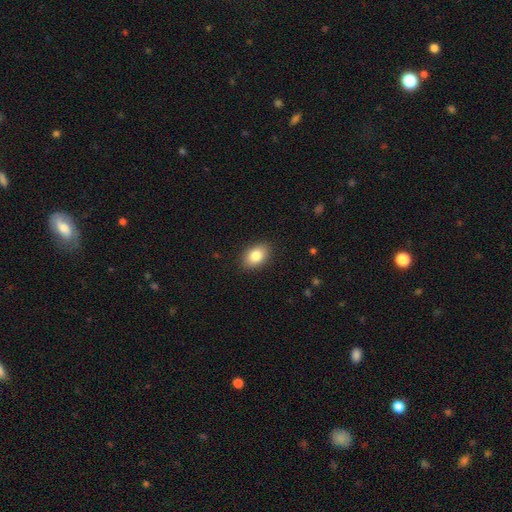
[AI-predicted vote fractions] Smooth or featured? Predicted: smooth (p=0.84). How rounded? Predicted: in between (p=0.83). Merging? Predicted: none (p=0.89).